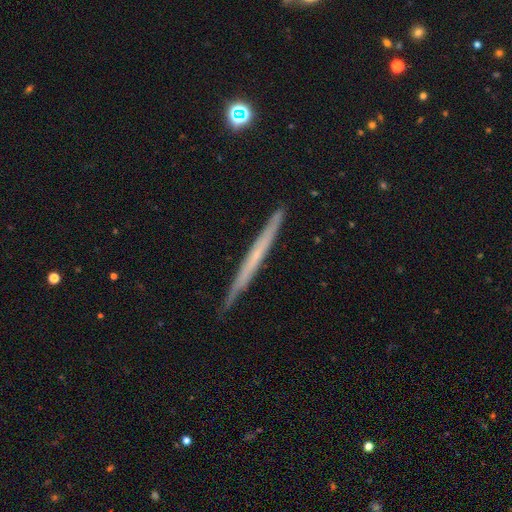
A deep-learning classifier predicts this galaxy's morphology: This is possibly a featured or disk galaxy (56%). It is clearly viewed edge-on (97%). Edge-on bulge: clearly none (87%). Merging: clearly none (90%).